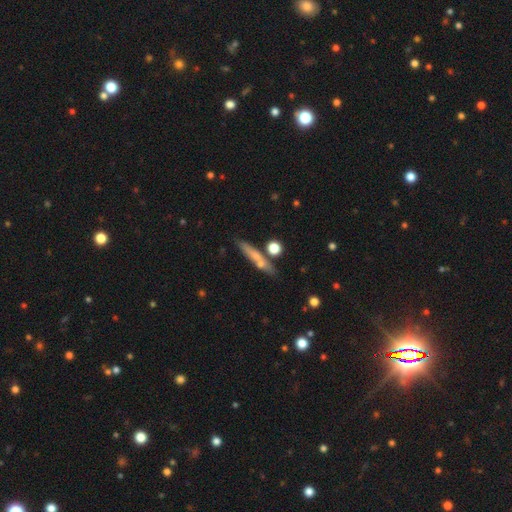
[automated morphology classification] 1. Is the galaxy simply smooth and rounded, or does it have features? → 60% smooth, 32% featured or disk, 8% star or artifact.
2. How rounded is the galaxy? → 86% cigar-shaped, 10% in between, 5% round.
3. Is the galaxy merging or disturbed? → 74% none, 12% minor disturbance, 11% merger, 3% major disturbance.